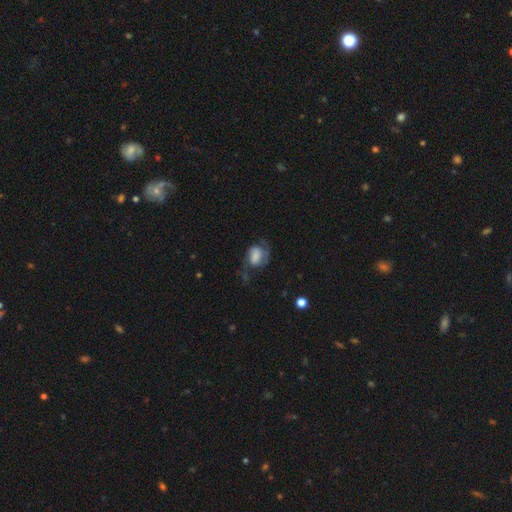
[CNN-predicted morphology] The model was most divided on "merging": none: 37%, major disturbance: 36%, minor disturbance: 25%, merger: 3%. Remaining: smooth or featured — featured or disk (49%).